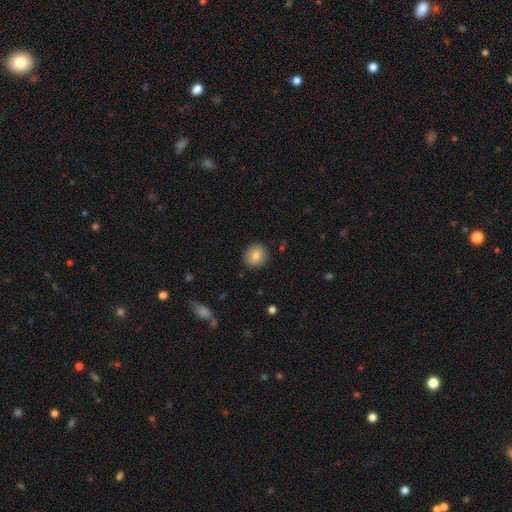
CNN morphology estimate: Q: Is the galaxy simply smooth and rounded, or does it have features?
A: smooth — 83%.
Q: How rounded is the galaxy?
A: round — 89%.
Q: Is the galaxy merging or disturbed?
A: none — 90%.